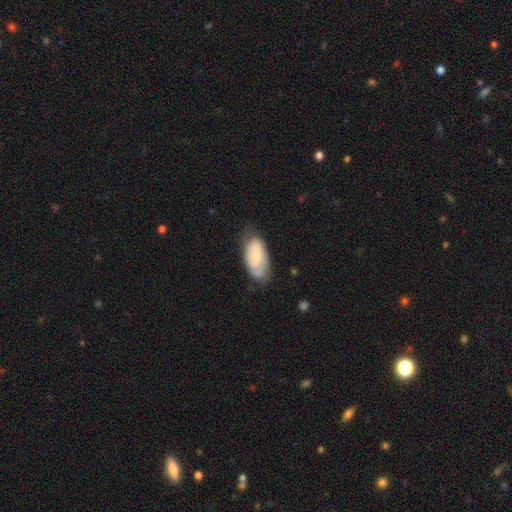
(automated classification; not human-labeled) Smooth or featured? Predicted: smooth (p=0.54). How rounded? Predicted: in between (p=0.93). Merging? Predicted: none (p=0.59).